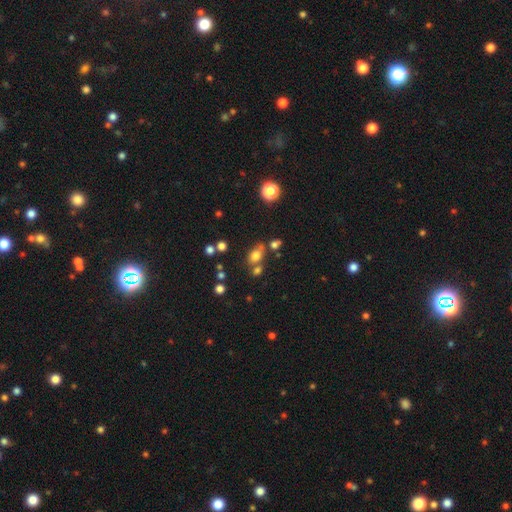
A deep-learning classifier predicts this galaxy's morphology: The model was most divided on "merging": none: 53%, merger: 25%, minor disturbance: 15%, major disturbance: 7%. More confident: smooth or featured — smooth (72%); how rounded — in between (66%).